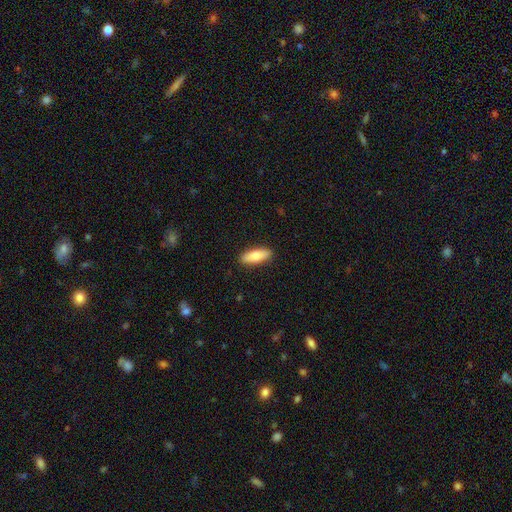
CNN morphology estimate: Smooth or featured? Predicted: smooth (p=0.78). How rounded? Predicted: in between (p=0.66). Merging? Predicted: none (p=0.90).